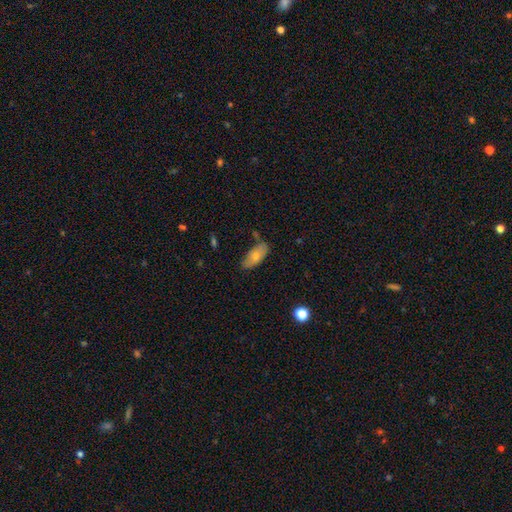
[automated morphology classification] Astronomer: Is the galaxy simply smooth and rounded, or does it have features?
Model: smooth — 73%.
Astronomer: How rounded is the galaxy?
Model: in between — 89%.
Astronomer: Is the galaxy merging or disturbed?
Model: none — 66%.